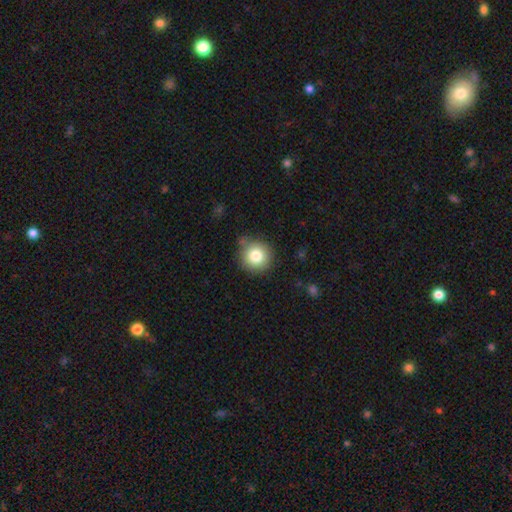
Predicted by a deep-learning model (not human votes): This is clearly a smooth galaxy (81%). How rounded: clearly round (93%). Merging: likely none (78%).